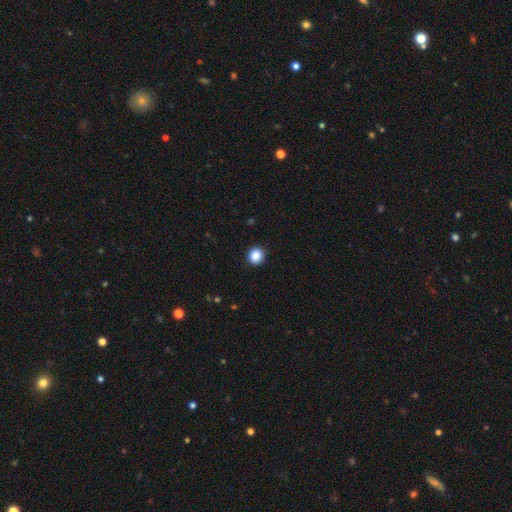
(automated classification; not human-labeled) Smooth or featured?
  - smooth: 88% *
  - star or artifact: 9%
  - featured or disk: 3%
How rounded?
  - round: 87% *
  - in between: 12%
  - cigar-shaped: 1%
Merging?
  - none: 92% *
  - minor disturbance: 5%
  - major disturbance: 2%
  - merger: 1%